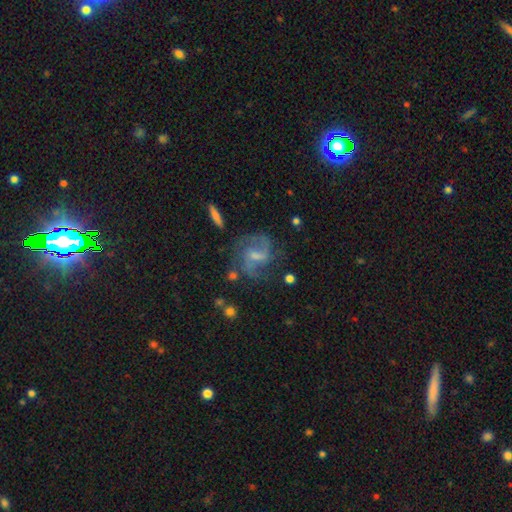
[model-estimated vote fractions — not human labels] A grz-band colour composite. It shows a featured or disk galaxy (79%) with a weak bar (57%), 2 (71%) medium (50%) spiral arms (93%) and a small central bulge (47%). Merging: none (64%).